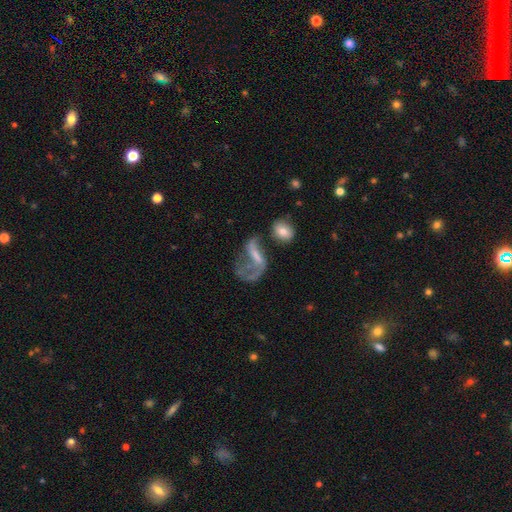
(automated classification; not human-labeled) Smooth or featured? featured or disk (62%)
Edge-on disk? no (94%)
Bar? no (41%)
Spiral arms? yes (59%)
Bulge size? none (40%)
Merging? major disturbance (44%)